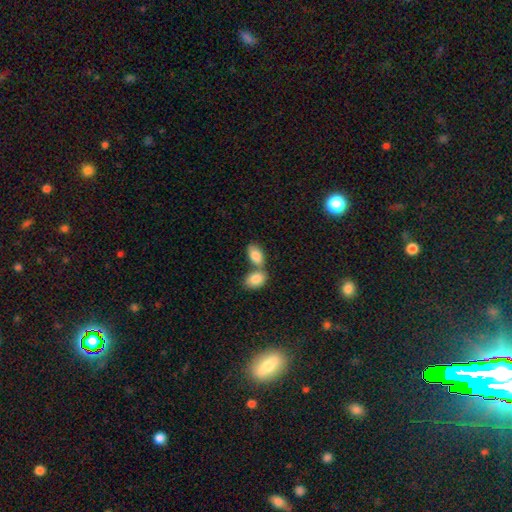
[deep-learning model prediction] Morphology: type=smooth (84%); roundness=in between (91%); merging=merger (53%).